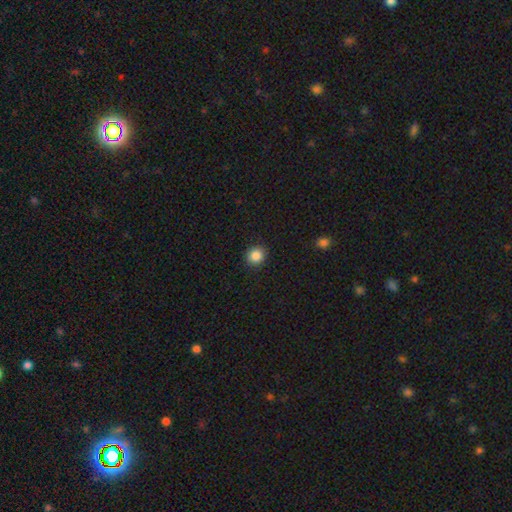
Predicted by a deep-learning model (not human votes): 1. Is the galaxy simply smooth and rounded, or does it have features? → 87% smooth, 10% star or artifact, 3% featured or disk.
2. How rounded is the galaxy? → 86% round, 13% in between, 1% cigar-shaped.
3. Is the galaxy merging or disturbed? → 90% none, 6% minor disturbance, 2% major disturbance, 1% merger.